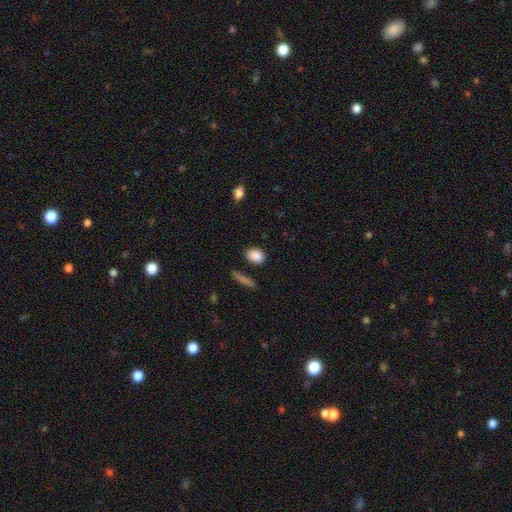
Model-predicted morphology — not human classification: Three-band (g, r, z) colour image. It shows a smooth galaxy with no disk features (88%) that is in between round and cigar-shaped (64%). Merging: none (83%).